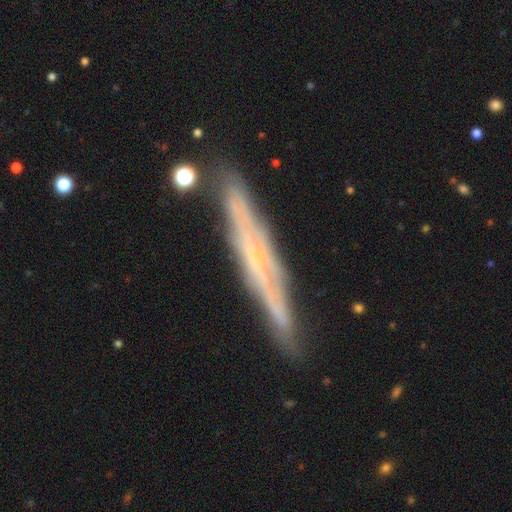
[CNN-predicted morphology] Smooth or featured: featured or disk — 73% (smooth — 19%)
Edge-on disk: yes — 88% (no — 12%)
Edge-on bulge: none — 61% (rounded — 32%)
Merging: none — 84% (minor disturbance — 12%)